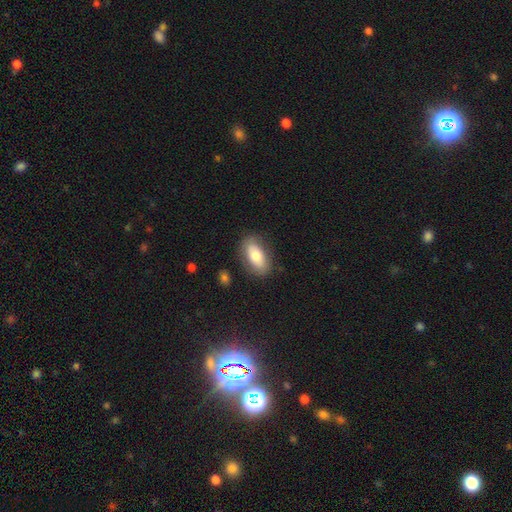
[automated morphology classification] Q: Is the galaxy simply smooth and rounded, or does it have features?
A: smooth — 74%.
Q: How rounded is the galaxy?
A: in between — 90%.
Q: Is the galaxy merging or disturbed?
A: none — 82%.